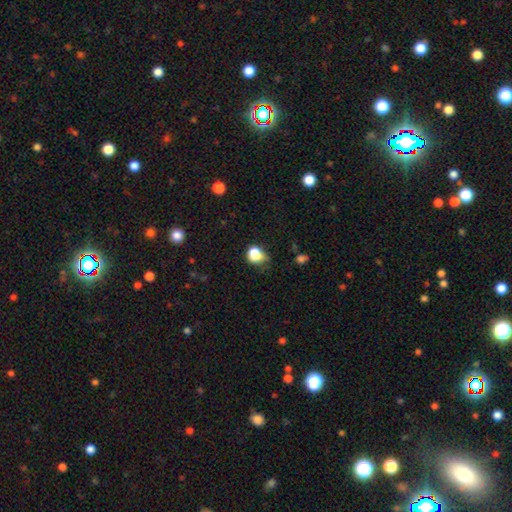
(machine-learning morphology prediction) Smooth or featured? Predicted: smooth (p=0.80). How rounded? Predicted: round (p=0.54). Merging? Predicted: none (p=0.42).